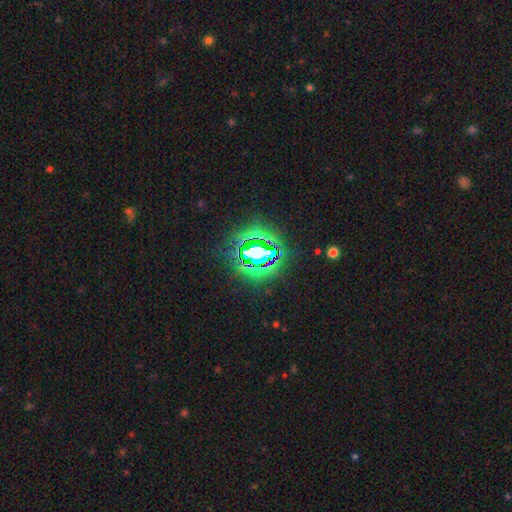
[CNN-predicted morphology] A star or artifact, not a galaxy (85%).